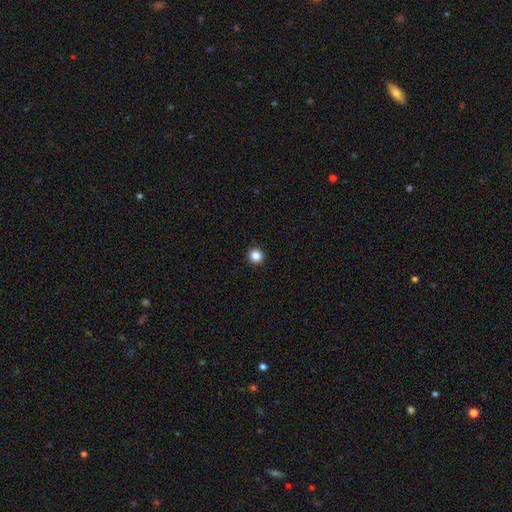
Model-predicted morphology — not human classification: smooth 85%, star or artifact 11%, featured or disk 3%. Down the decision tree: how rounded — round (96%); merging — none (94%).